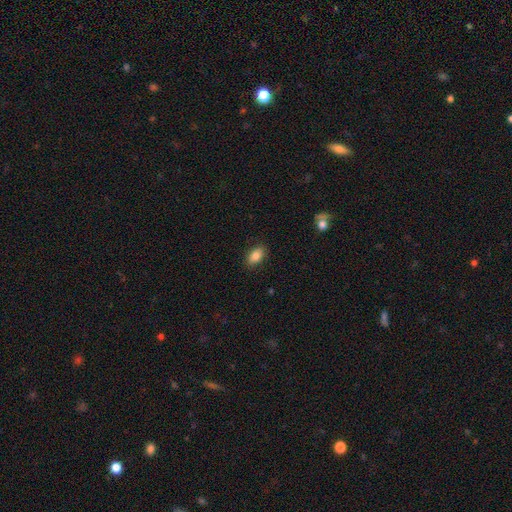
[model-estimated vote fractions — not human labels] This is clearly a smooth galaxy (84%). How rounded: clearly in between (89%). Merging: clearly none (87%).